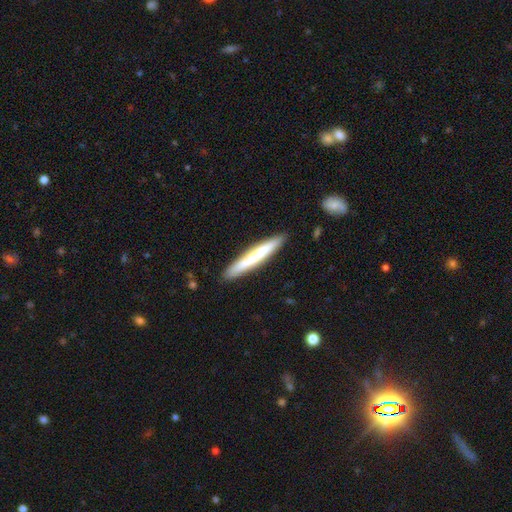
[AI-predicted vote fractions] smooth_or_featured: smooth (p=0.58) [alt: featured or disk p=0.36]
how_rounded: cigar-shaped (p=0.95) [alt: in between p=0.04]
merging: none (p=0.89) [alt: minor disturbance p=0.08]